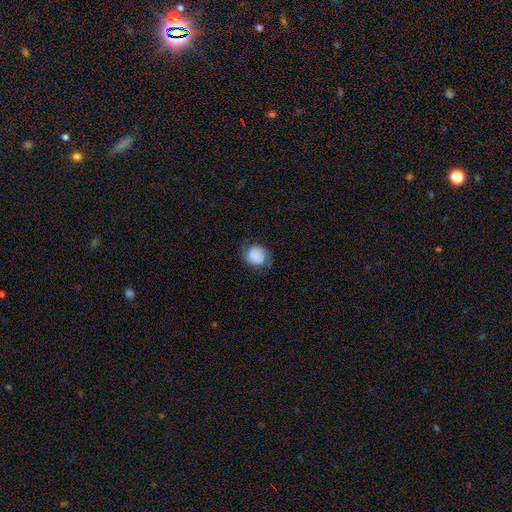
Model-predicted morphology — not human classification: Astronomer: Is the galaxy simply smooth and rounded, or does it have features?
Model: smooth — 66%.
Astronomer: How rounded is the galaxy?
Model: round — 76%.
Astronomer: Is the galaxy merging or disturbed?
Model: none — 71%.